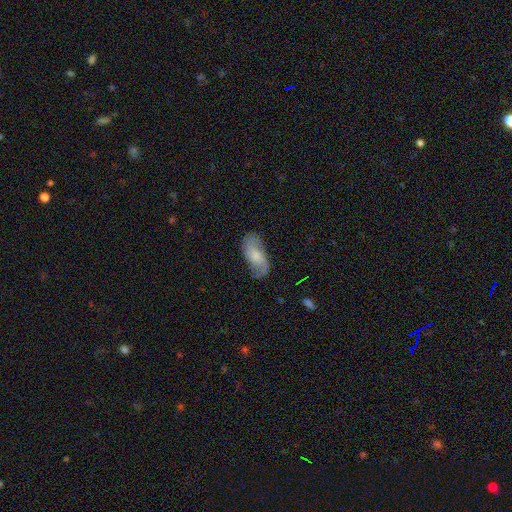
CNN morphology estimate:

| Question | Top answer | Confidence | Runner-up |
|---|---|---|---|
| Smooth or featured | featured or disk | 56% | smooth (38%) |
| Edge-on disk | no | 94% | yes (6%) |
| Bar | no | 54% | weak (38%) |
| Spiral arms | yes | 88% | no (12%) |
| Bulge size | moderate | 39% | small (29%) |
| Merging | none | 65% | minor disturbance (23%) |